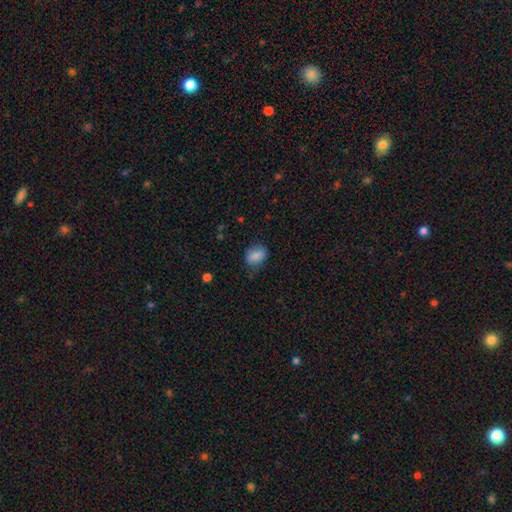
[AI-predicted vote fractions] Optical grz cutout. It shows a smooth galaxy with no disk features (84%) that is in between round and cigar-shaped (64%). Merging: none (67%).